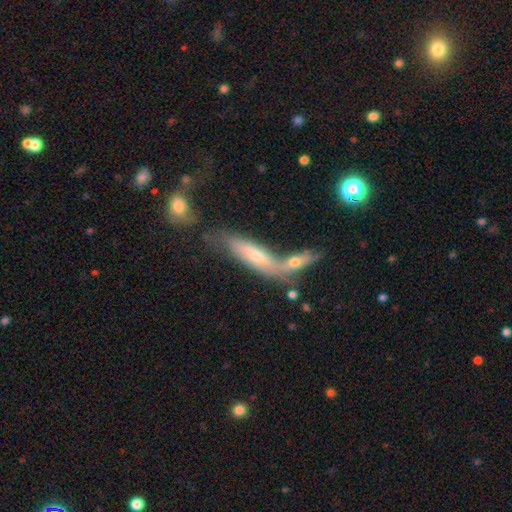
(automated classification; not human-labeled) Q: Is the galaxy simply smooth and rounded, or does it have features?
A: smooth — 47%.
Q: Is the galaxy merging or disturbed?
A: merger — 53%.